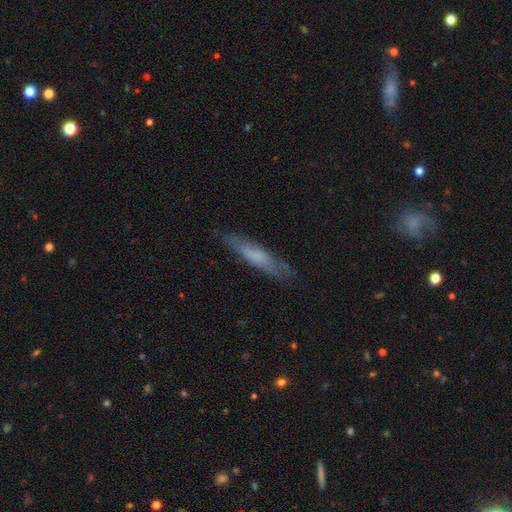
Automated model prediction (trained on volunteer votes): Smooth or featured? Predicted: smooth (p=0.54). How rounded? Predicted: cigar-shaped (p=0.84). Merging? Predicted: none (p=0.78).